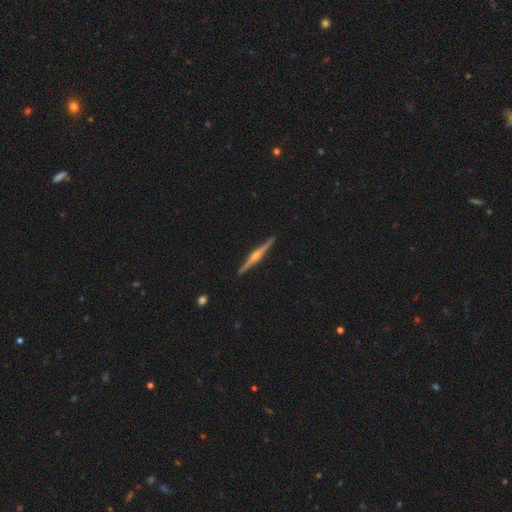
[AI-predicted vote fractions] The model was most divided on "smooth or featured": featured or disk: 84%, smooth: 11%, star or artifact: 4%. More confident: edge-on disk — yes (99%); edge-on bulge — rounded (92%); merging — none (92%).